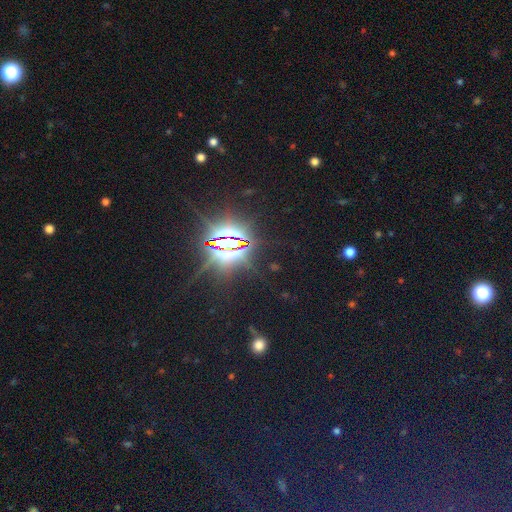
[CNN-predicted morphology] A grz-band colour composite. It shows a star or artifact, not a galaxy (84%).